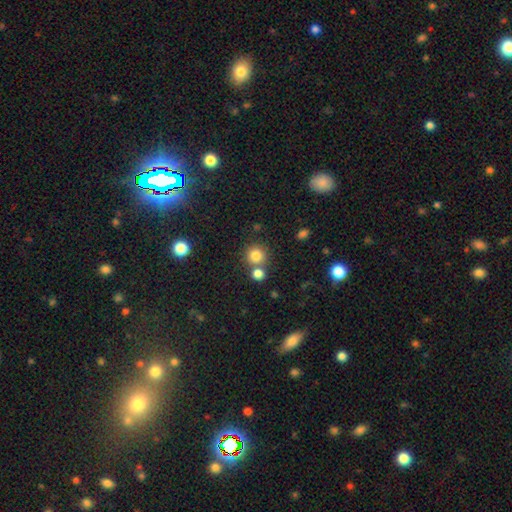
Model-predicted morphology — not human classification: Smooth or featured?
  - smooth: 79% *
  - star or artifact: 14%
  - featured or disk: 7%
How rounded?
  - round: 91% *
  - in between: 8%
  - cigar-shaped: 1%
Merging?
  - none: 65% *
  - merger: 26%
  - minor disturbance: 7%
  - major disturbance: 3%